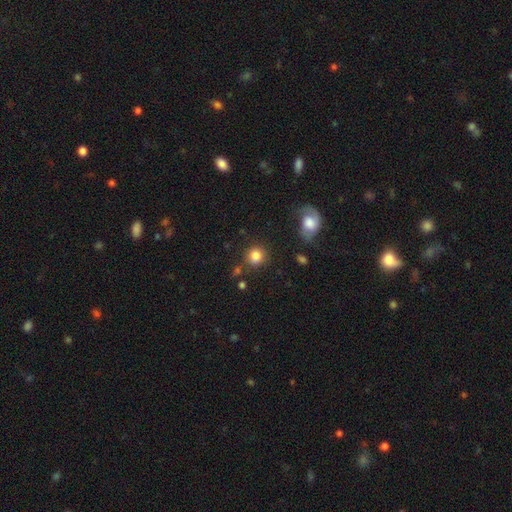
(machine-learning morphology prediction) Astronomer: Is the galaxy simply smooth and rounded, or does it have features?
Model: smooth — 84%.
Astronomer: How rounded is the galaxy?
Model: round — 84%.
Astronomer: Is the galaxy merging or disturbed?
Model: none — 79%.